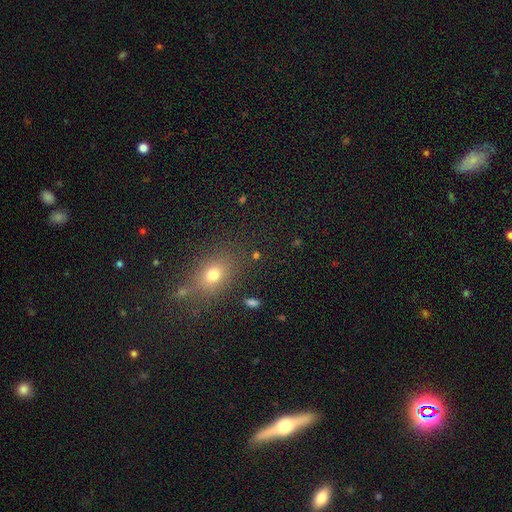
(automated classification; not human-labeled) This appears to be a smooth galaxy with no disk features (60%) that is in between round and cigar-shaped (54%). Merging: none (76%).